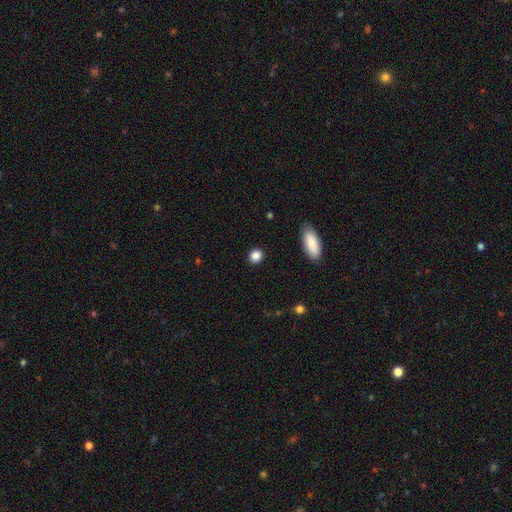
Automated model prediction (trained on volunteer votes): Smooth or featured: smooth — 86% (star or artifact — 9%)
How rounded: round — 70% (in between — 28%)
Merging: none — 90% (minor disturbance — 7%)